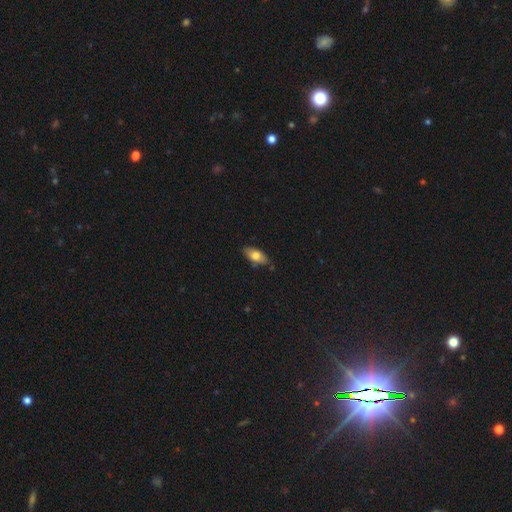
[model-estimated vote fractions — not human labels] smooth_or_featured: smooth (p=0.73) [alt: featured or disk p=0.21]
how_rounded: in between (p=0.88) [alt: cigar-shaped p=0.09]
merging: none (p=0.79) [alt: minor disturbance p=0.16]